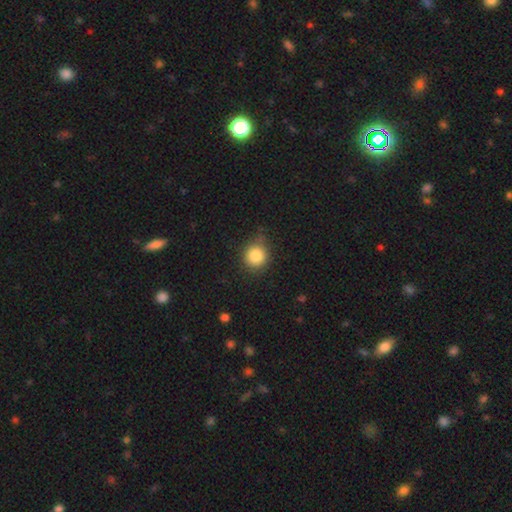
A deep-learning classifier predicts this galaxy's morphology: type=smooth (85%); roundness=round (88%); merging=none (72%).